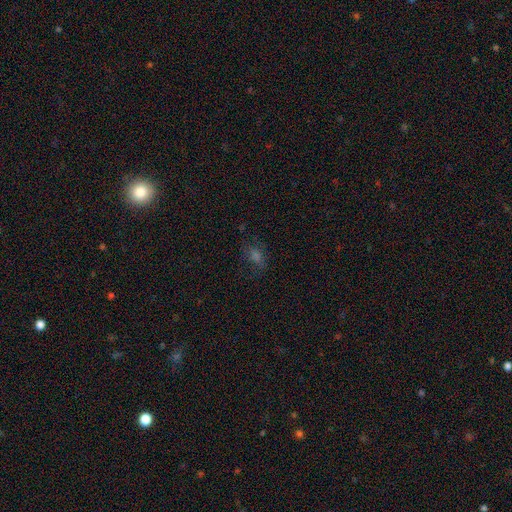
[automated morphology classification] Smooth or featured?
  - smooth: 48% *
  - star or artifact: 36%
  - featured or disk: 16%
Merging?
  - none: 69% *
  - minor disturbance: 18%
  - major disturbance: 11%
  - merger: 2%